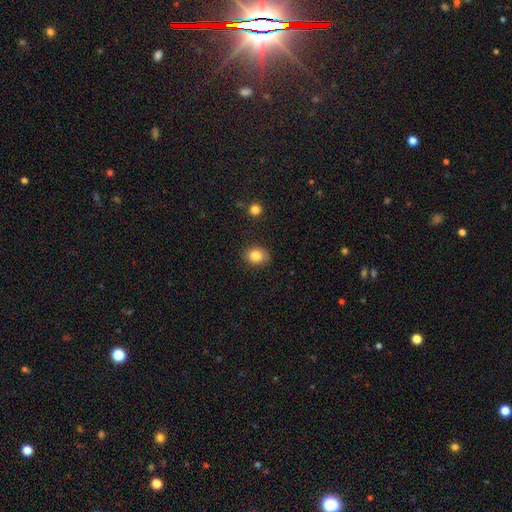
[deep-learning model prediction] smooth_or_featured: smooth (p=0.83) [alt: star or artifact p=0.10]
how_rounded: round (p=0.57) [alt: in between p=0.42]
merging: none (p=0.86) [alt: minor disturbance p=0.10]